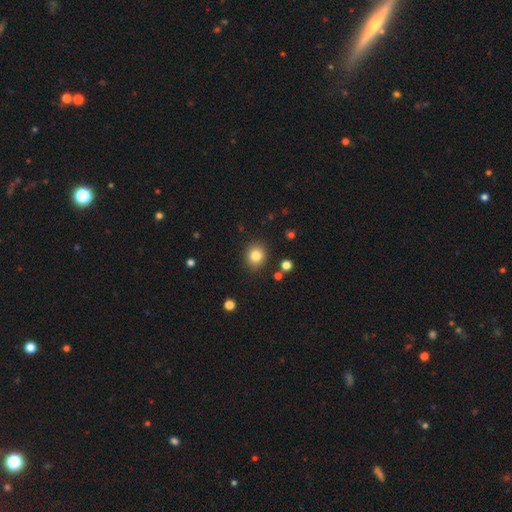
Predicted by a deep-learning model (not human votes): Overall: smooth (82%). How rounded: round (74%). Merging: none (88%).